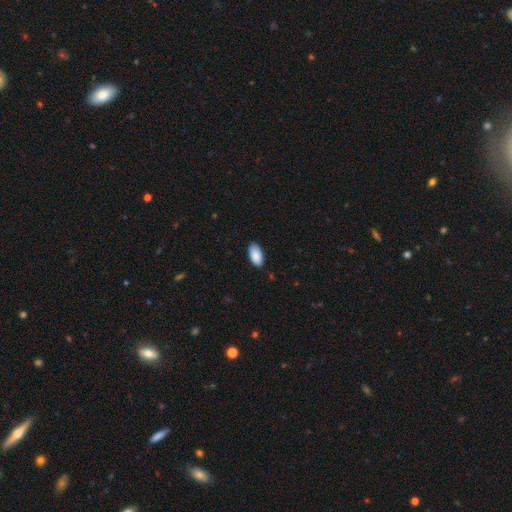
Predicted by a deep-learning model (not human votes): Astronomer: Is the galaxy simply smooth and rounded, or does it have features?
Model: smooth — 89%.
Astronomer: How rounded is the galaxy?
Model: in between — 95%.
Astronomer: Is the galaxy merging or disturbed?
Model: none — 83%.